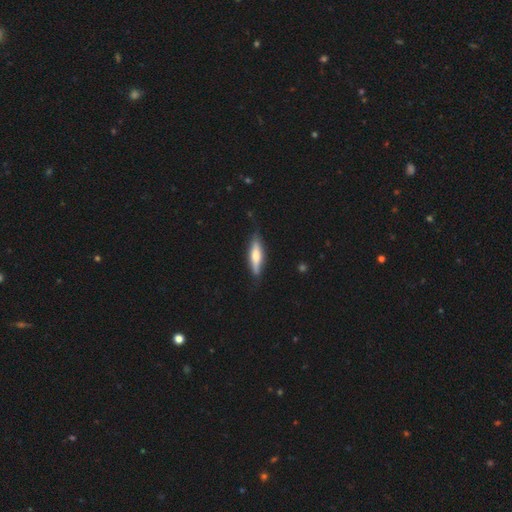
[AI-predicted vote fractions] Smooth or featured? Predicted: smooth (p=0.51). How rounded? Predicted: cigar-shaped (p=0.71). Merging? Predicted: none (p=0.80).